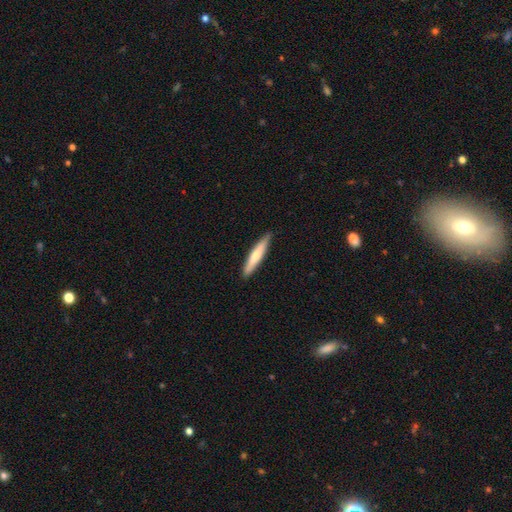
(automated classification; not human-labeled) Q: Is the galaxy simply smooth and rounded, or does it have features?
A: smooth — 61%.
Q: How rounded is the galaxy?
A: cigar-shaped — 91%.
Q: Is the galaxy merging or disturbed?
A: none — 88%.